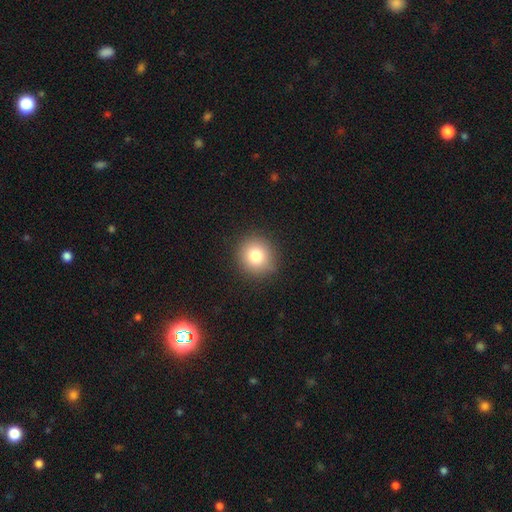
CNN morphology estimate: smooth-or-featured: smooth: 79% | star or artifact: 12% | featured or disk: 9%
  how-rounded: round: 91% | in between: 8% | cigar-shaped: 1%
  merging: none: 90% | minor disturbance: 7% | major disturbance: 2% | merger: 1%